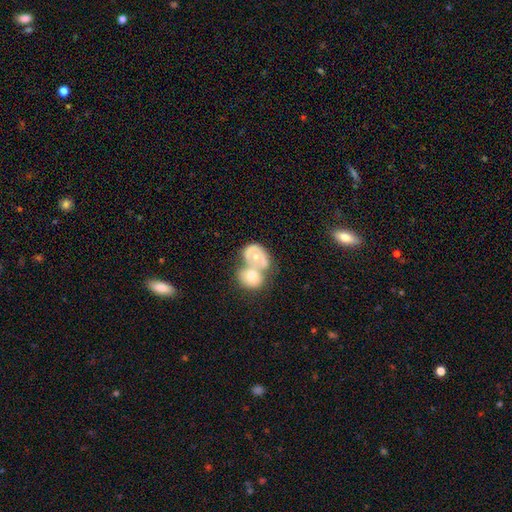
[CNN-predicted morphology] This appears to be a smooth galaxy with no disk features (47%). Merging: merger (78%).